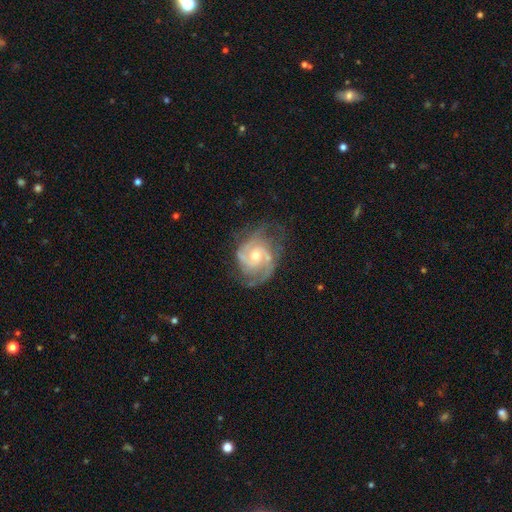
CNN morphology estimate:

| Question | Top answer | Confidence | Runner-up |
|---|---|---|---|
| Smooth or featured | featured or disk | 89% | smooth (6%) |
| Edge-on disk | no | 98% | yes (2%) |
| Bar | no | 64% | weak (31%) |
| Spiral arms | yes | 97% | no (3%) |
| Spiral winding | tight | 46% | medium (45%) |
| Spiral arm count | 2 | 66% | 3 (15%) |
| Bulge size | moderate | 51% | small (45%) |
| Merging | none | 63% | minor disturbance (23%) |